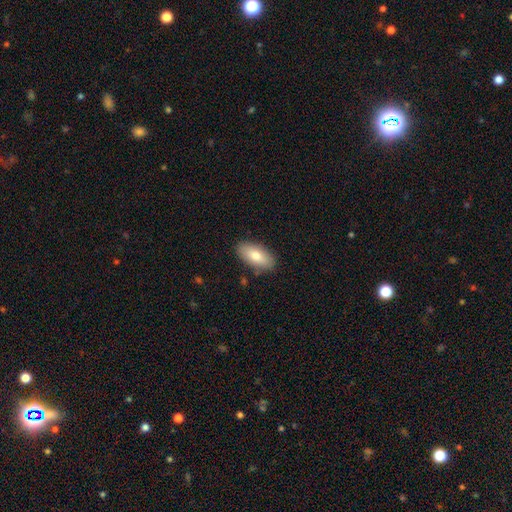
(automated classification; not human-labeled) Overall: smooth (78%). How rounded: in between (92%). Merging: none (86%).